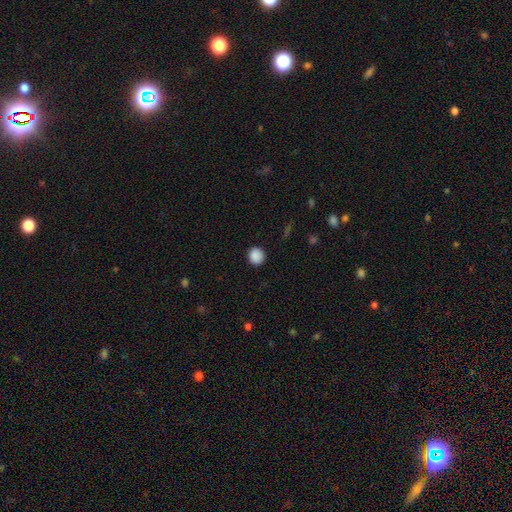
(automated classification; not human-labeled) The model was most divided on "how rounded": round: 86%, in between: 14%, cigar-shaped: 1%. More confident: merging — none (91%); smooth or featured — smooth (89%).